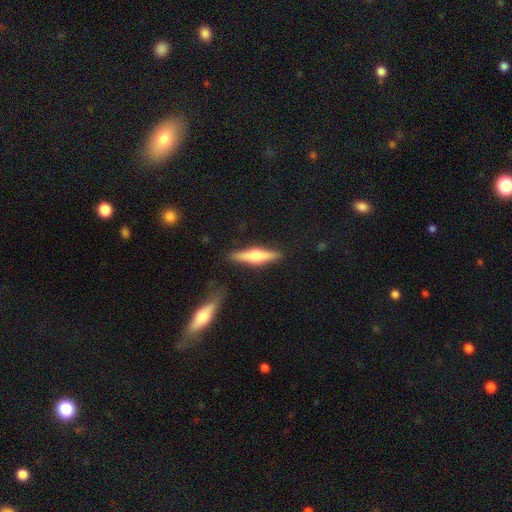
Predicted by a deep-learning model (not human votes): Overall: featured or disk (58%; smooth 37%). Edge-on disk: yes (96%). Edge-on bulge: rounded (88%). Merging: none (85%).